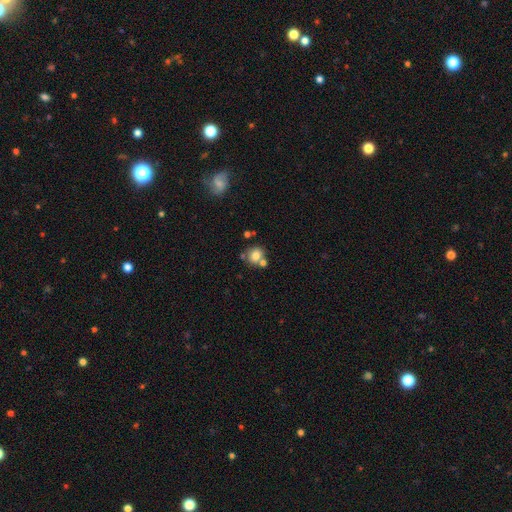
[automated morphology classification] This appears to be a smooth galaxy with no disk features (77%) that is round (72%). Merging: none (55%).